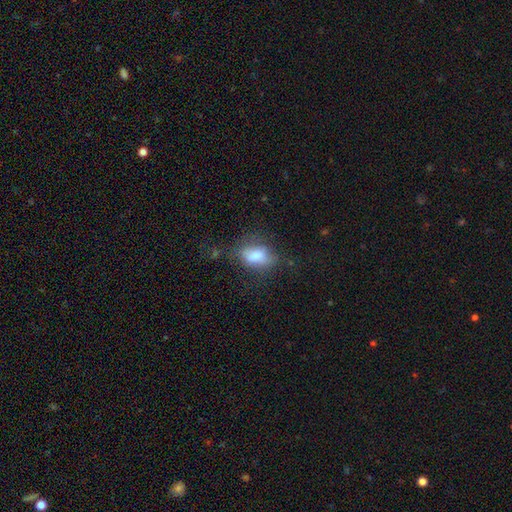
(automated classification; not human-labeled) Smooth or featured? smooth (72%)
How rounded? in between (84%)
Merging? none (56%)